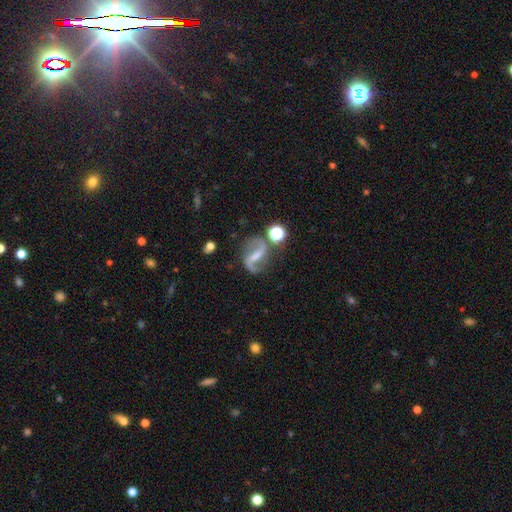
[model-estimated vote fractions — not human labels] A featured or disk galaxy (85%) with a strong bar (50%), 2 (92%) loose (60%) spiral arms (95%) and a small central bulge (41%). Merging: none (72%).